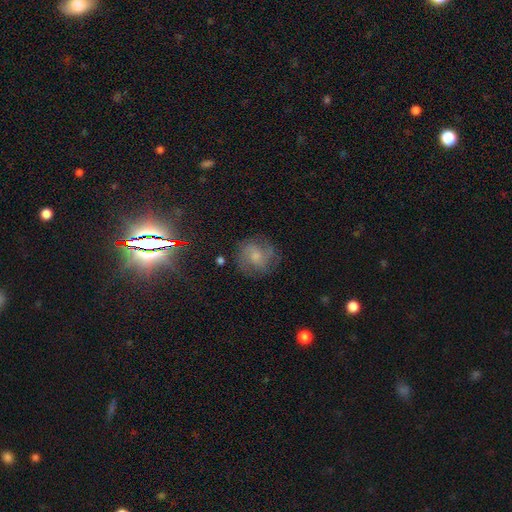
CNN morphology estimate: Smooth or featured? featured or disk (58%)
Edge-on disk? no (97%)
Bar? no (64%)
Spiral arms? yes (87%)
Bulge size? small (45%)
Merging? none (74%)